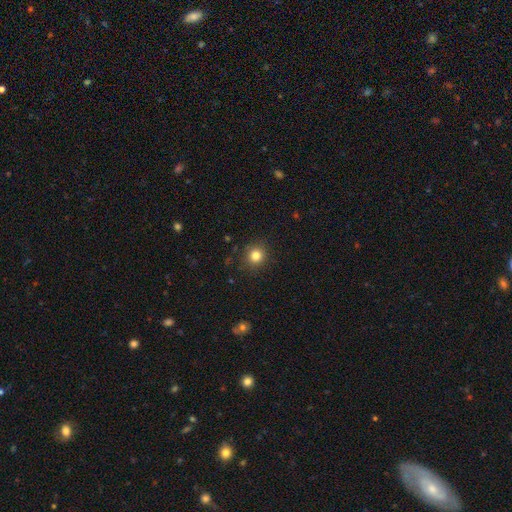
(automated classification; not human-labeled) This appears to be a smooth galaxy with no disk features (82%) that is round (90%). Merging: none (89%).